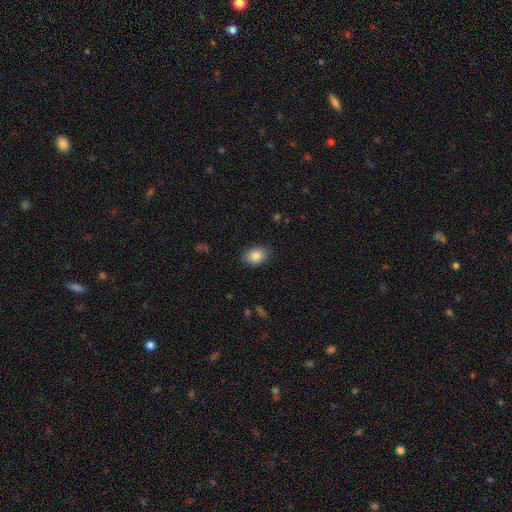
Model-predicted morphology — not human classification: A smooth galaxy with no disk features (85%) that is in between round and cigar-shaped (70%). Merging: none (83%).